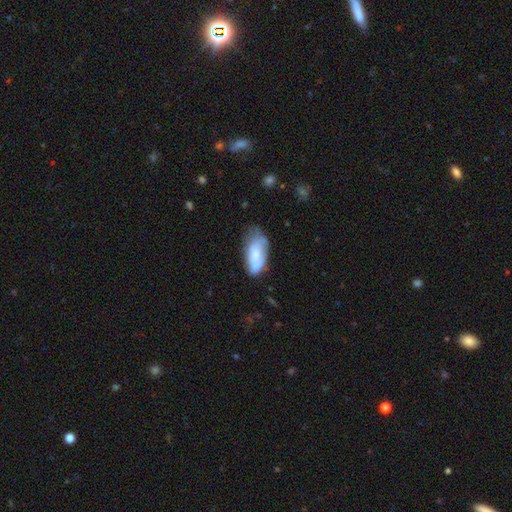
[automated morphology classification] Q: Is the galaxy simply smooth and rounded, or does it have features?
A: smooth — 57%.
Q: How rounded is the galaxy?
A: in between — 90%.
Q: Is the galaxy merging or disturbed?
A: none — 46%.